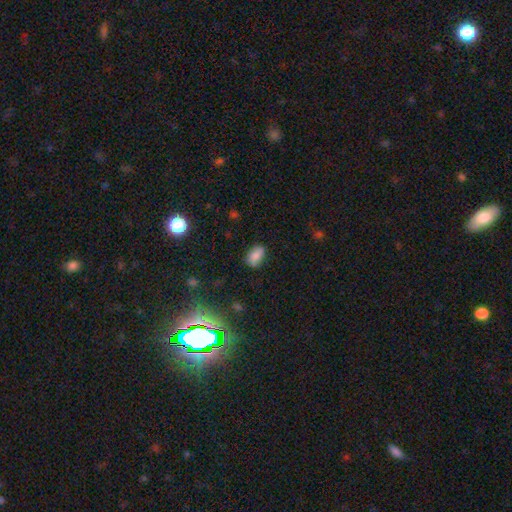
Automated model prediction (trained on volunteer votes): A smooth galaxy with no disk features (81%) that is in between round and cigar-shaped (90%).

Vote fractions:
- Smooth or featured? smooth: 81% / star or artifact: 10% / featured or disk: 9%
- How rounded? in between: 90% / round: 8% / cigar-shaped: 2%
- Merging? none: 76% / minor disturbance: 18% / major disturbance: 4% / merger: 2%